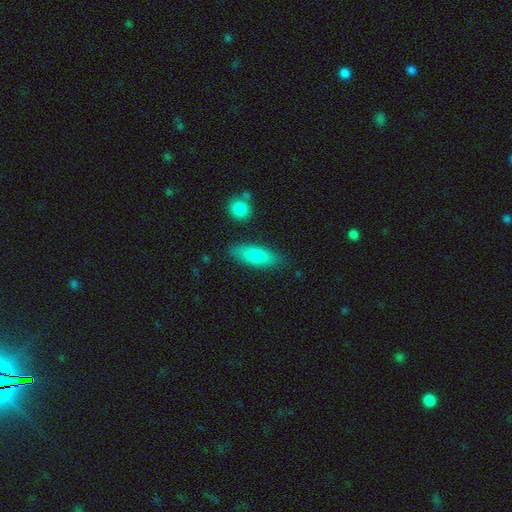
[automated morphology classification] type=smooth (75%); roundness=in between (65%); merging=none (82%).